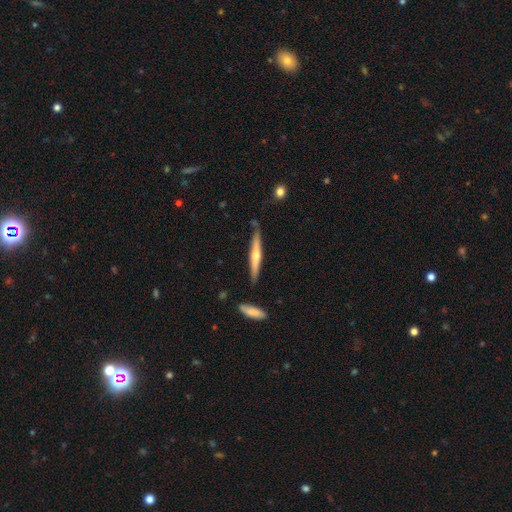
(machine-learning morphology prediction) type=featured or disk (54%); edge-on=yes (96%); edge-on bulge=rounded (75%); merging=none (79%).